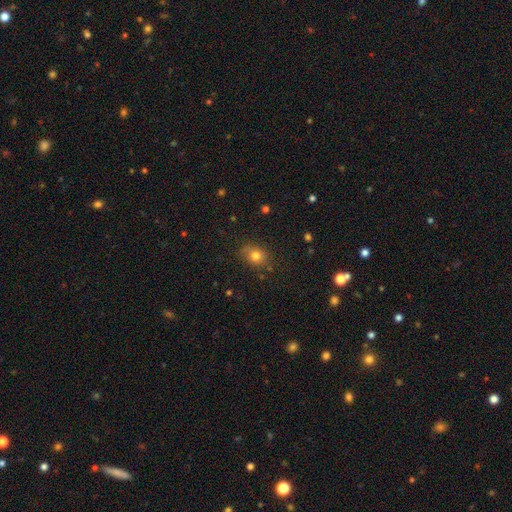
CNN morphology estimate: This appears to be a smooth galaxy with no disk features (77%) that is round (65%). Merging: none (75%).